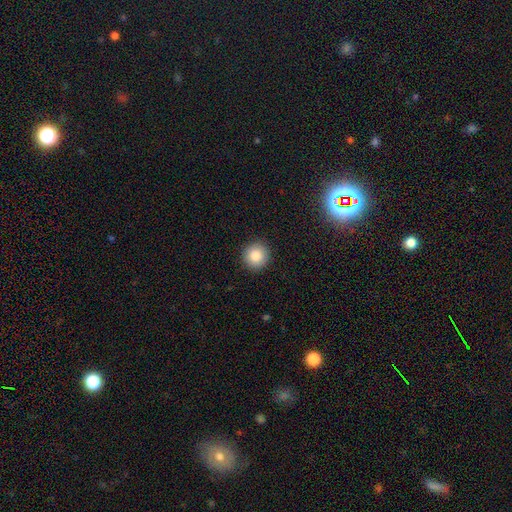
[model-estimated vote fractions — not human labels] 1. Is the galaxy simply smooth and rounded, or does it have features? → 86% smooth, 9% star or artifact, 5% featured or disk.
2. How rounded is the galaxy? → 94% round, 5% in between, 1% cigar-shaped.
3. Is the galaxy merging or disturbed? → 92% none, 5% minor disturbance, 2% major disturbance, 1% merger.